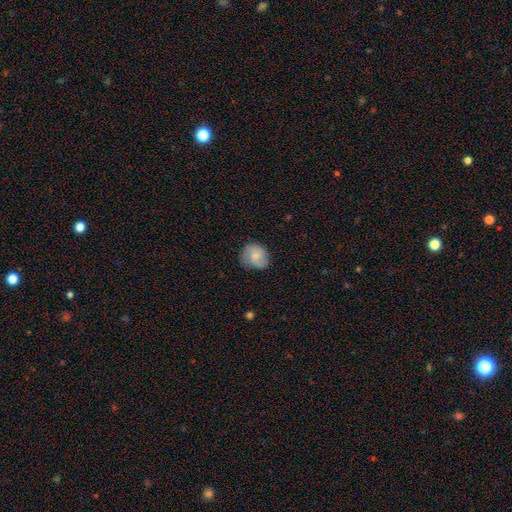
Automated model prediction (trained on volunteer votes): Q: Smooth or featured?
A: smooth (66%); runner-up: featured or disk (26%)
Q: How rounded?
A: round (69%); runner-up: in between (30%)
Q: Merging?
A: none (67%); runner-up: minor disturbance (25%)